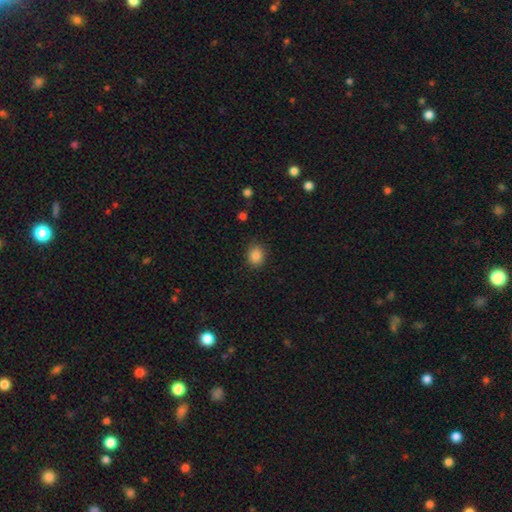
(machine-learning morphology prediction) The model was most divided on "how rounded": round: 69%, in between: 30%, cigar-shaped: 1%. More confident: merging — none (86%); smooth or featured — smooth (86%).